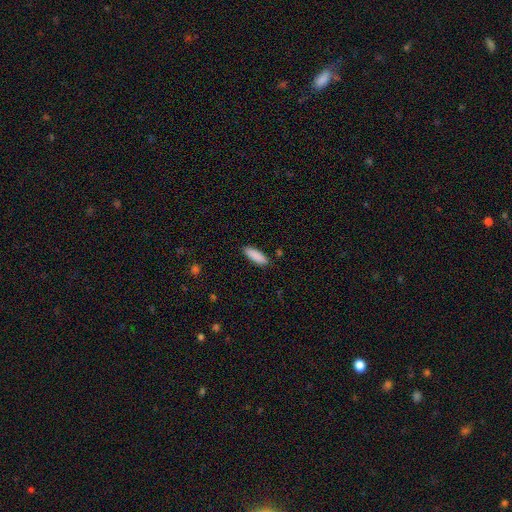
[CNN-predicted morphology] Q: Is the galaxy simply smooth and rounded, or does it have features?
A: smooth — 90%.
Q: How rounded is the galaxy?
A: in between — 55%.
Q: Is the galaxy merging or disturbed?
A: none — 88%.